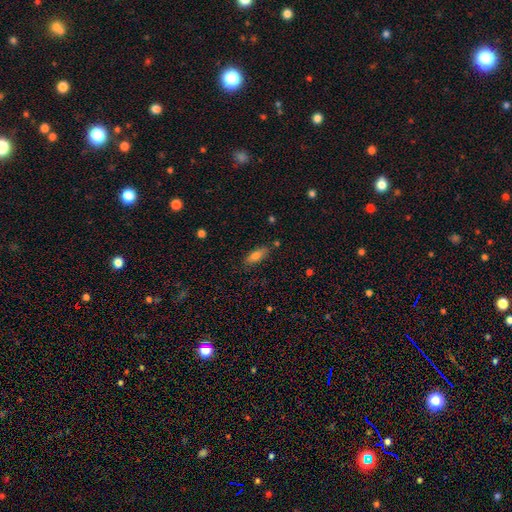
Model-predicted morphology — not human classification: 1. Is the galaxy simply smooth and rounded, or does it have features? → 76% smooth, 15% featured or disk, 9% star or artifact.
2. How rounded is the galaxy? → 65% in between, 32% cigar-shaped, 3% round.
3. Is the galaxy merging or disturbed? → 80% none, 13% minor disturbance, 3% merger, 3% major disturbance.